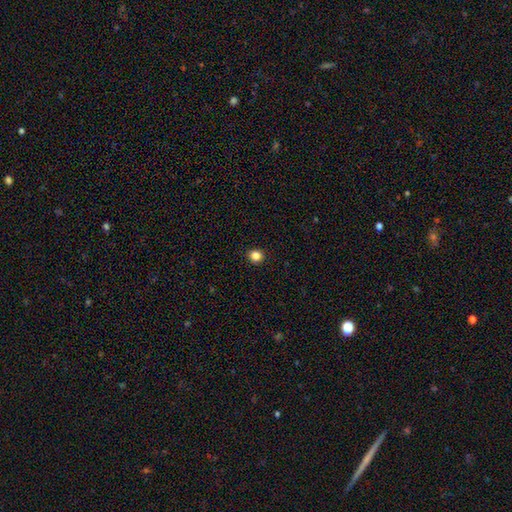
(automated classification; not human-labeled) Smooth or featured: smooth — 84% (star or artifact — 12%)
How rounded: round — 89% (in between — 10%)
Merging: none — 92% (minor disturbance — 5%)